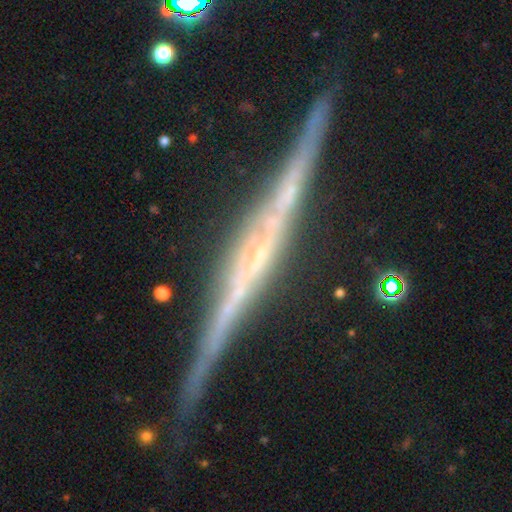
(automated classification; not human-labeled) Smooth or featured: featured or disk — 86% (star or artifact — 7%)
Edge-on disk: yes — 98% (no — 2%)
Edge-on bulge: none — 43% (rounded — 33%)
Merging: none — 89% (minor disturbance — 8%)